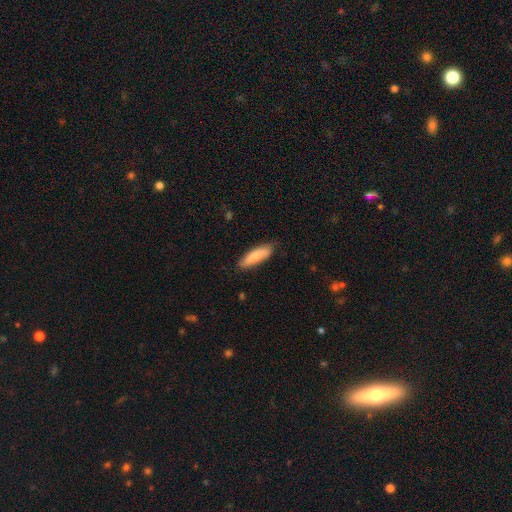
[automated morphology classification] A smooth galaxy with no disk features (81%) that is cigar-shaped (57%). Merging: none (80%).